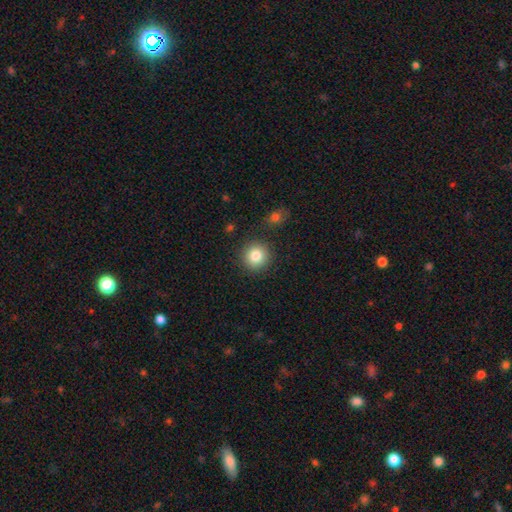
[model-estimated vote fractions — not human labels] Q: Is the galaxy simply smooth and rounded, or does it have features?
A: smooth — 83%.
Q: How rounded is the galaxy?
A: round — 92%.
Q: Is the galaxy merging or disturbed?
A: none — 88%.